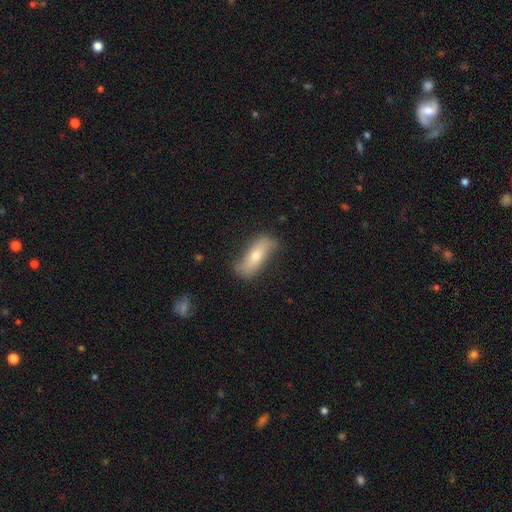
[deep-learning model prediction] Q: Smooth or featured?
A: smooth (51%); runner-up: featured or disk (42%)
Q: How rounded?
A: in between (54%); runner-up: cigar-shaped (43%)
Q: Merging?
A: none (71%); runner-up: minor disturbance (21%)